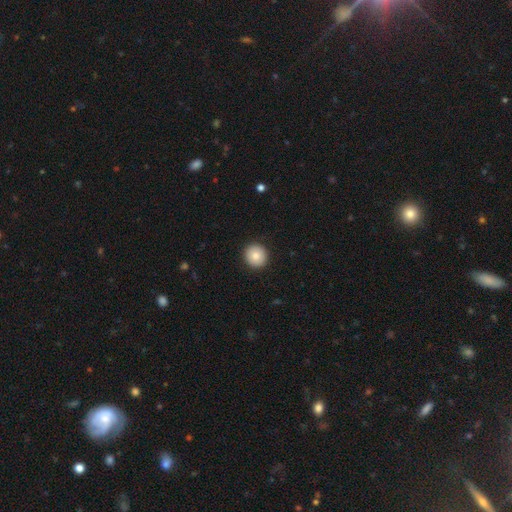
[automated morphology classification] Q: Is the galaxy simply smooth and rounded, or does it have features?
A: smooth — 84%.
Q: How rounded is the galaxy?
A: round — 93%.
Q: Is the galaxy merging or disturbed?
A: none — 92%.